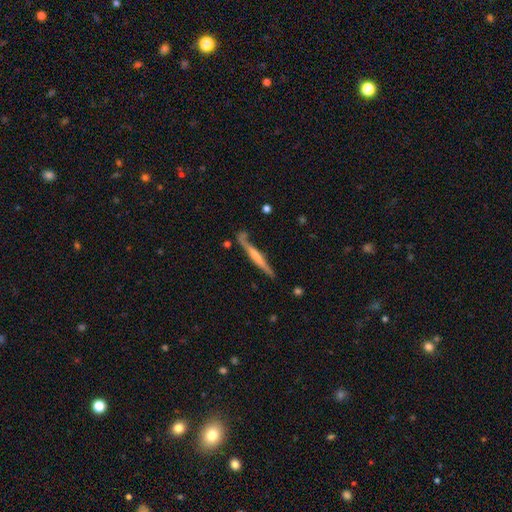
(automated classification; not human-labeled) A featured or disk galaxy (63%) viewed edge-on (95%) with a rounded central bulge (40%).

Vote fractions:
- Smooth or featured? featured or disk: 63% / smooth: 31% / star or artifact: 6%
- Edge-on disk? yes: 95% / no: 5%
- Edge-on bulge? rounded: 40% / none: 38% / boxy: 22%
- Merging? none: 73% / minor disturbance: 18% / major disturbance: 5% / merger: 5%